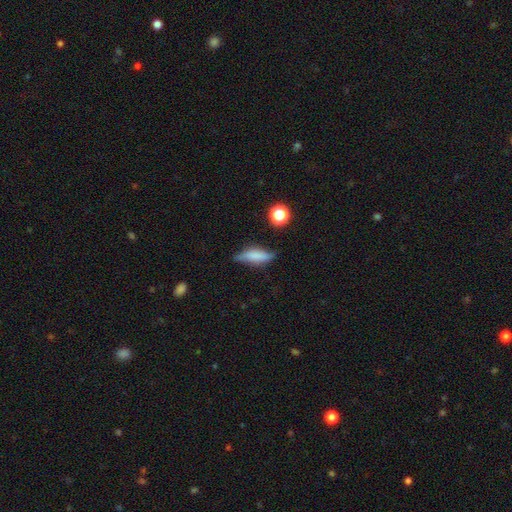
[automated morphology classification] Q: Smooth or featured?
A: smooth (64%); runner-up: featured or disk (27%)
Q: How rounded?
A: cigar-shaped (49%); runner-up: in between (48%)
Q: Merging?
A: none (63%); runner-up: minor disturbance (27%)